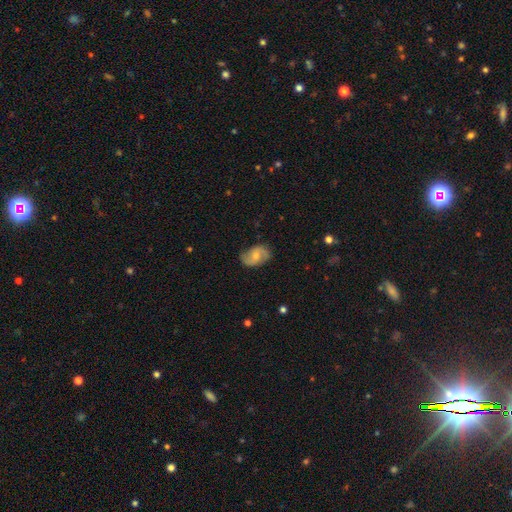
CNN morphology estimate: A featured or disk galaxy (69%) with no bar (49%), 2 (90%) medium (47%) spiral arms (92%) and a small central bulge (47%).

Vote fractions:
- Smooth or featured? featured or disk: 69% / smooth: 25% / star or artifact: 6%
- Edge-on disk? no: 97% / yes: 3%
- Bar? no: 49% / weak: 43% / strong: 8%
- Spiral arms? yes: 92% / no: 8%
- Spiral winding? medium: 47% / loose: 34% / tight: 19%
- Spiral arm count? 2: 90% / can't tell: 5% / 1: 2% / 3: 1% / 4: 1% / more than 4: 1%
- Bulge size? small: 47% / moderate: 44% / none: 5% / large: 2% / dominant: 1%
- Merging? none: 78% / minor disturbance: 16% / major disturbance: 4% / merger: 1%